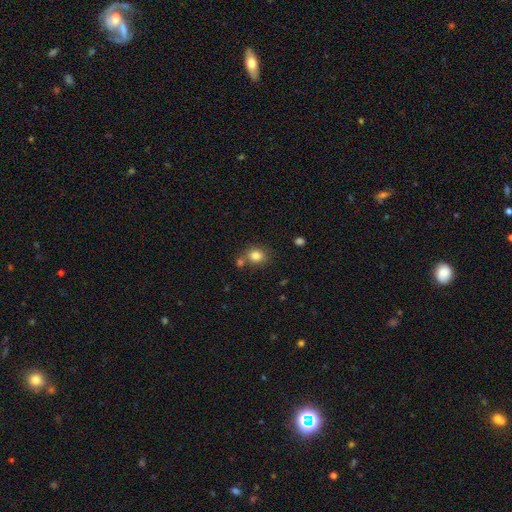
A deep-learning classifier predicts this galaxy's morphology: Smooth or featured? smooth (82%)
How rounded? round (67%)
Merging? none (65%)